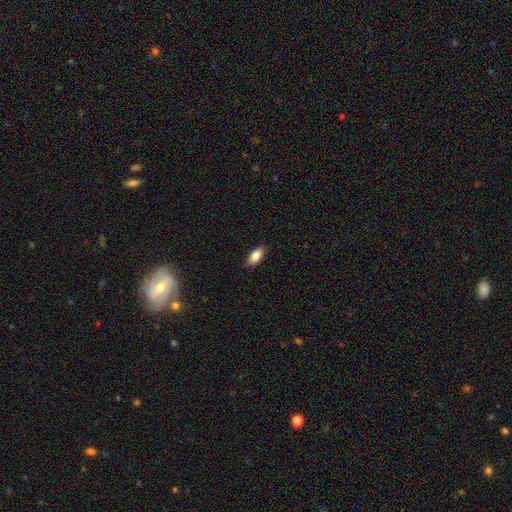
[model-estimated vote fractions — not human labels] Q: Smooth or featured?
A: smooth (83%); runner-up: featured or disk (10%)
Q: How rounded?
A: in between (87%); runner-up: cigar-shaped (10%)
Q: Merging?
A: none (86%); runner-up: minor disturbance (11%)